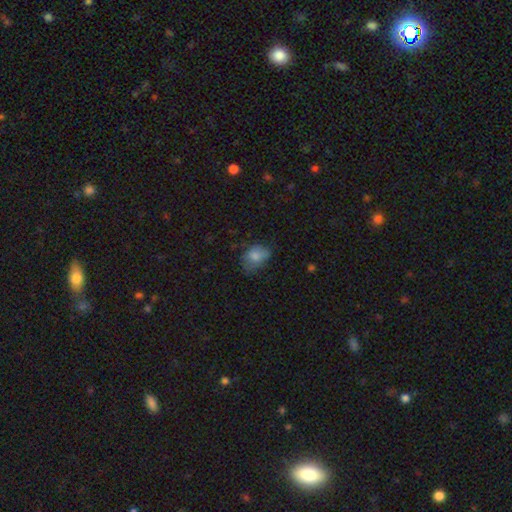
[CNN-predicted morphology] smooth 74%, featured or disk 16%, star or artifact 10%. Down the decision tree: how rounded — in between (74%); merging — none (46%).